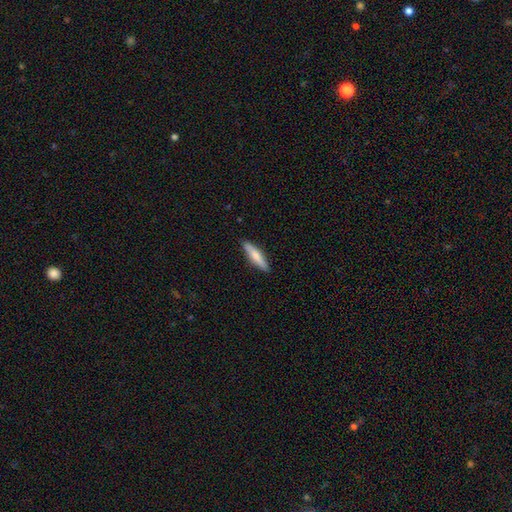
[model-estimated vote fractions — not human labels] This appears to be a smooth galaxy with no disk features (69%) that is cigar-shaped (82%). Merging: none (89%).